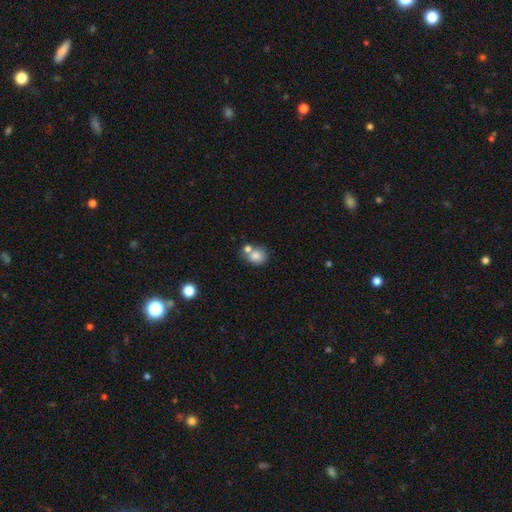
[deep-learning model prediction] Smooth or featured?
  - smooth: 80% *
  - featured or disk: 10%
  - star or artifact: 10%
How rounded?
  - round: 63% *
  - in between: 36%
  - cigar-shaped: 1%
Merging?
  - none: 48% *
  - merger: 37%
  - minor disturbance: 11%
  - major disturbance: 4%